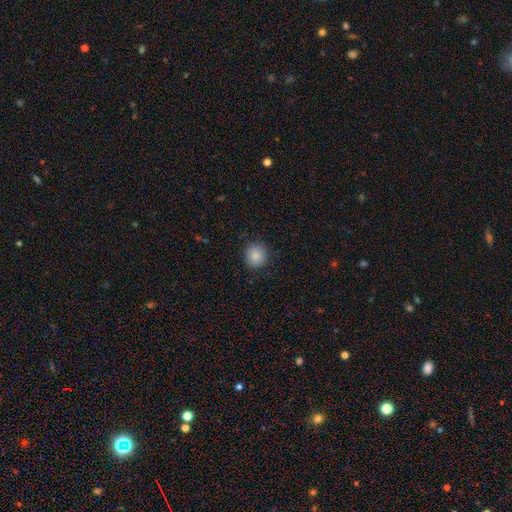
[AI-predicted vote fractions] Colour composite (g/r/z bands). It shows a smooth galaxy with no disk features (86%) that is round (87%). Merging: none (88%).